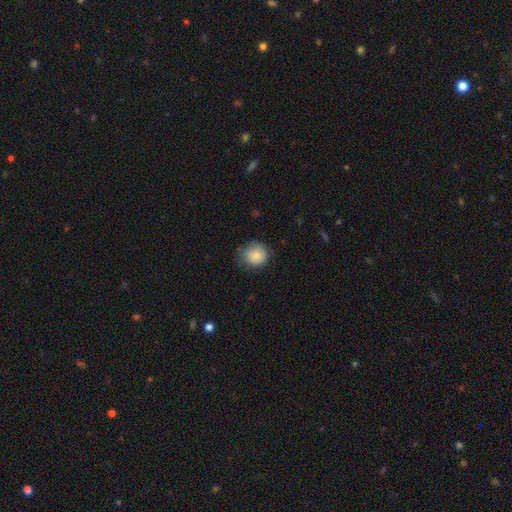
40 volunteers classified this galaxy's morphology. This is clearly a smooth galaxy (88%). How rounded: clearly round (91%). Merging: likely none (77%).